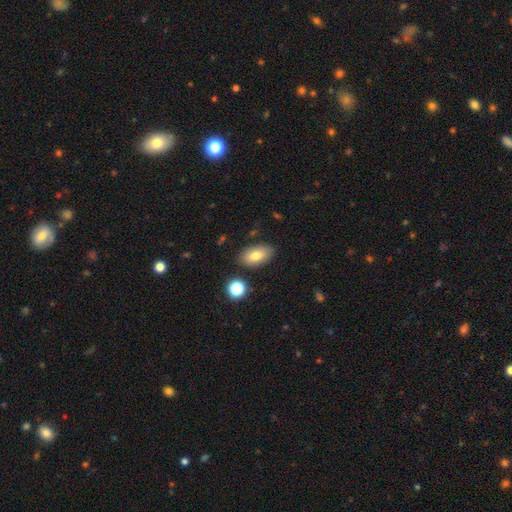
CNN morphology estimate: type=smooth (77%); roundness=in between (92%); merging=none (83%).